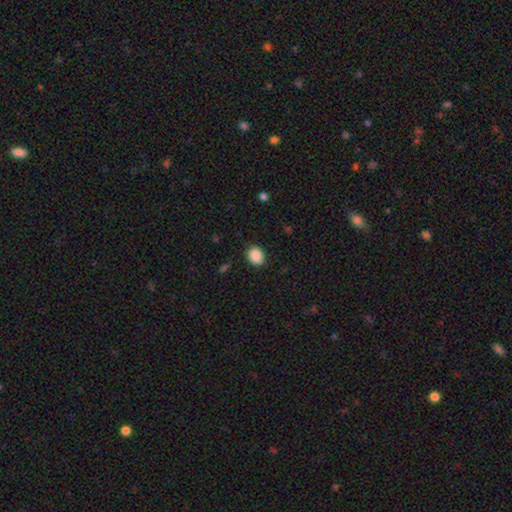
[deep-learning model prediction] Smooth or featured?
  - smooth: 89% *
  - star or artifact: 8%
  - featured or disk: 3%
How rounded?
  - round: 59% *
  - in between: 40%
  - cigar-shaped: 1%
Merging?
  - none: 89% *
  - minor disturbance: 7%
  - major disturbance: 2%
  - merger: 1%